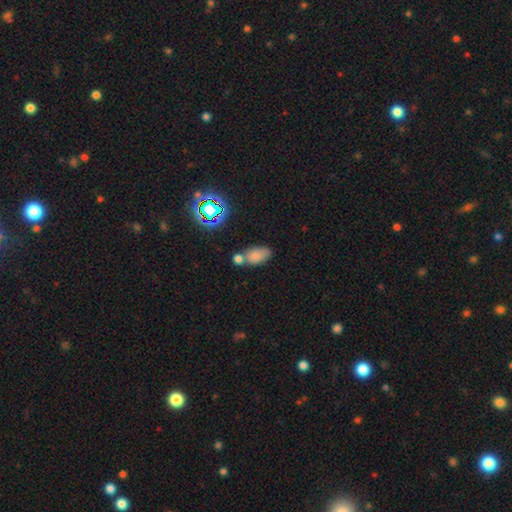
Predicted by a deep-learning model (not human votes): Smooth or featured? Predicted: smooth (p=0.76). How rounded? Predicted: in between (p=0.90). Merging? Predicted: none (p=0.44).